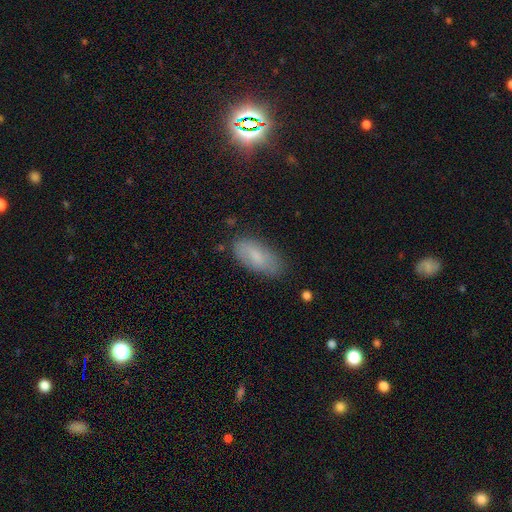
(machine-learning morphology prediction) Smooth or featured: smooth — 73% (featured or disk — 18%)
How rounded: in between — 85% (cigar-shaped — 12%)
Merging: none — 76% (minor disturbance — 18%)